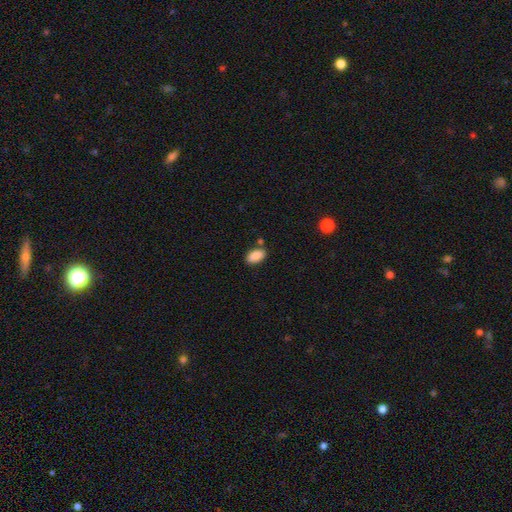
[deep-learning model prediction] smooth 89%, star or artifact 7%, featured or disk 4%. Down the decision tree: how rounded — in between (92%); merging — none (79%).